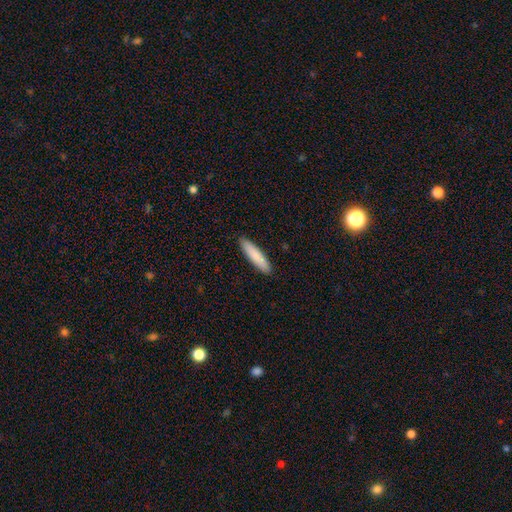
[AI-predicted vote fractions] Smooth or featured? Predicted: smooth (p=0.85). How rounded? Predicted: cigar-shaped (p=0.83). Merging? Predicted: none (p=0.91).